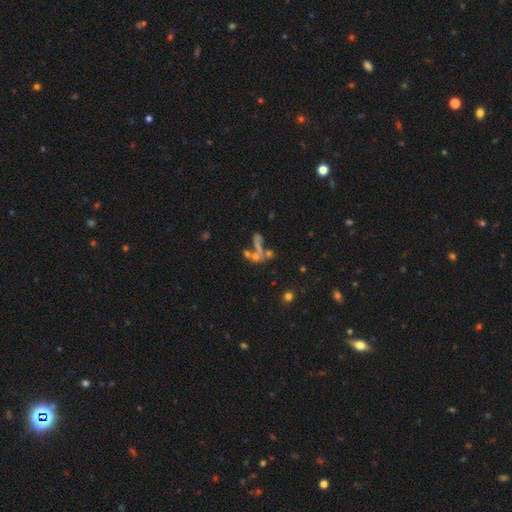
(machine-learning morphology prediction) The model was most divided on "smooth or featured": smooth: 41%, featured or disk: 36%, star or artifact: 23%. Remaining: merging — merger (50%).